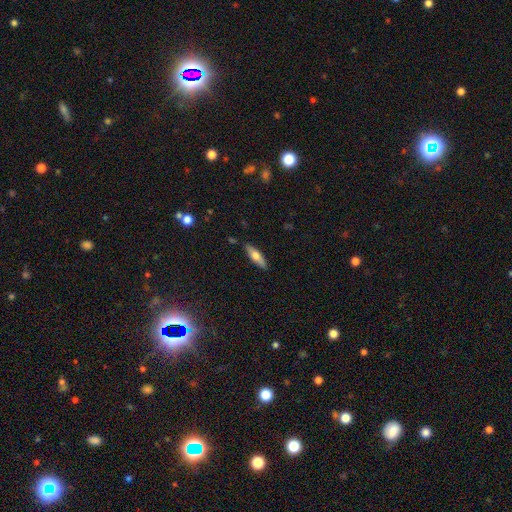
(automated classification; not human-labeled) The model was most divided on "how rounded": cigar-shaped: 53%, in between: 45%, round: 2%. More confident: merging — none (84%); smooth or featured — smooth (61%).